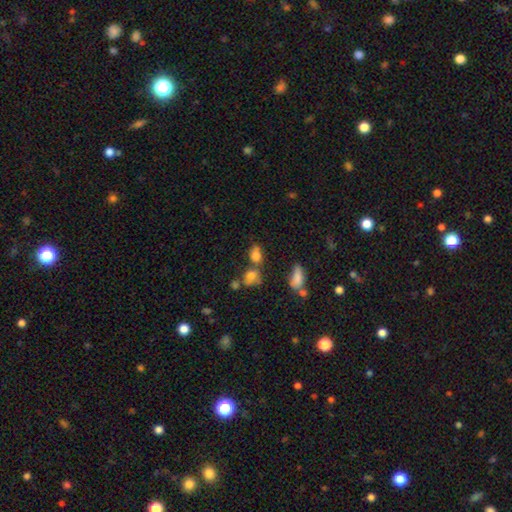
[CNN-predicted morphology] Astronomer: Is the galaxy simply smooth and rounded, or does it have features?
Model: smooth — 75%.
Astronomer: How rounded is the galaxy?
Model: in between — 71%.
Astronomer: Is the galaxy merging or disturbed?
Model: none — 43% (runner-up: merger, 33%).